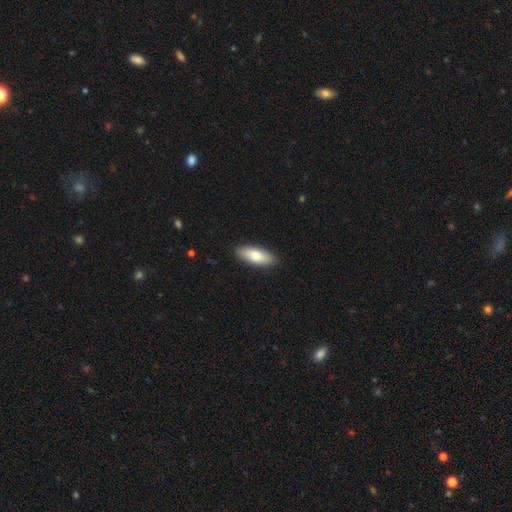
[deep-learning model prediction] smooth 76%, featured or disk 19%, star or artifact 5%. Down the decision tree: how rounded — in between (77%); merging — none (90%).